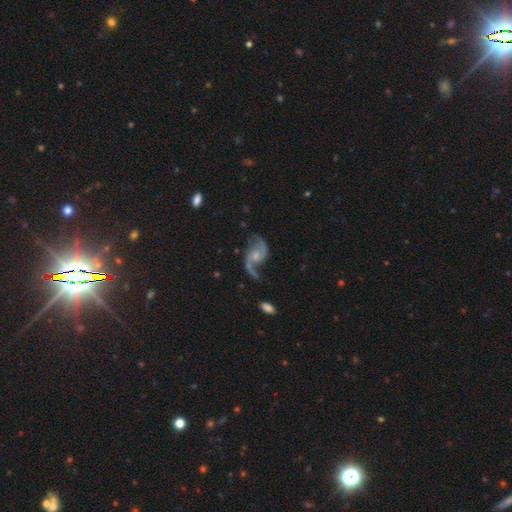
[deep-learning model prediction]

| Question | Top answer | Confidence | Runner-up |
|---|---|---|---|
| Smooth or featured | featured or disk | 90% | smooth (5%) |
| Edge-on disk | no | 98% | yes (2%) |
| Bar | no | 63% | weak (31%) |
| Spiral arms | yes | 97% | no (3%) |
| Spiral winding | loose | 61% | medium (32%) |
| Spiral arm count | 2 | 92% | 1 (3%) |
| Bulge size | small | 54% | moderate (33%) |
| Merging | none | 64% | minor disturbance (19%) |